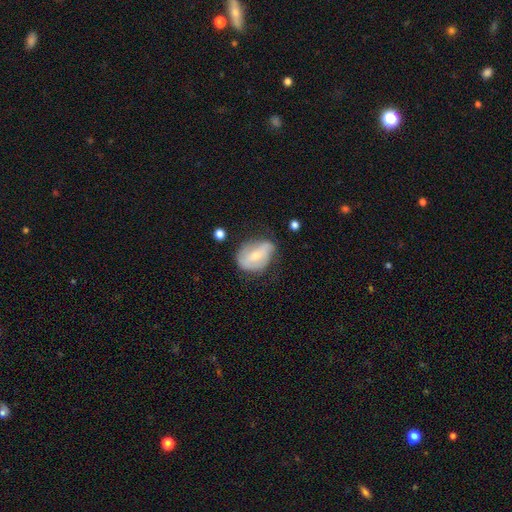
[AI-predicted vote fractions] Morphology: type=featured or disk (50%); edge-on=no (93%); merging=none (45%).